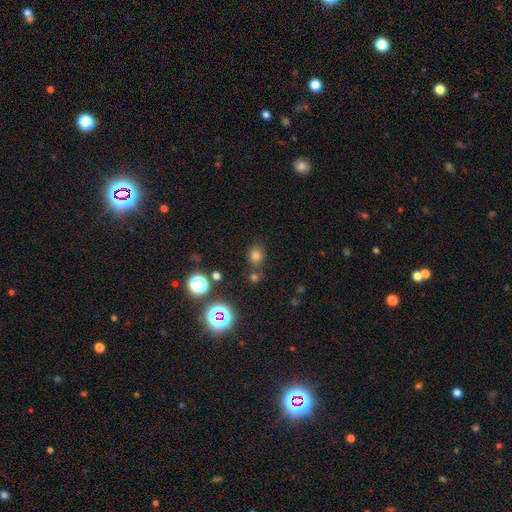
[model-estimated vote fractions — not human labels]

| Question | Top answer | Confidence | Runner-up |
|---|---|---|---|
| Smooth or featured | smooth | 70% | star or artifact (24%) |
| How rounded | round | 70% | in between (29%) |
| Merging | none | 73% | merger (12%) |